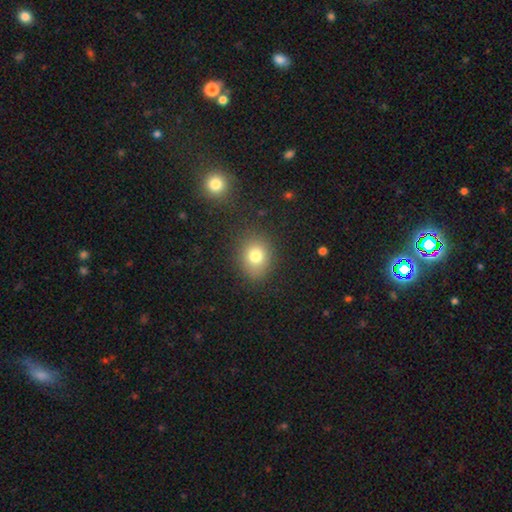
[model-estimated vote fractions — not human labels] smooth 78%, star or artifact 13%, featured or disk 10%. Down the decision tree: how rounded — round (59%); merging — none (84%).